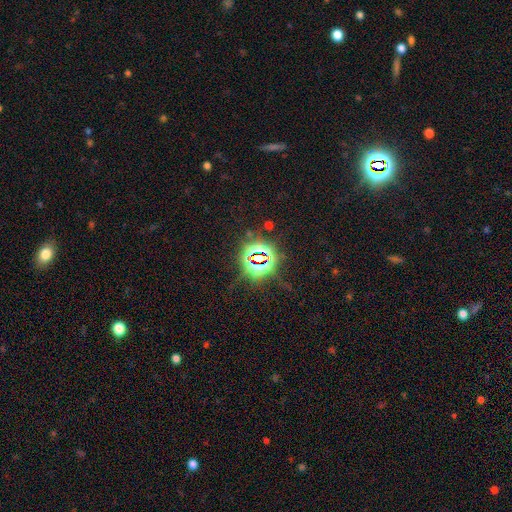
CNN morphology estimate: Q: Smooth or featured?
A: star or artifact (82%); runner-up: smooth (11%)